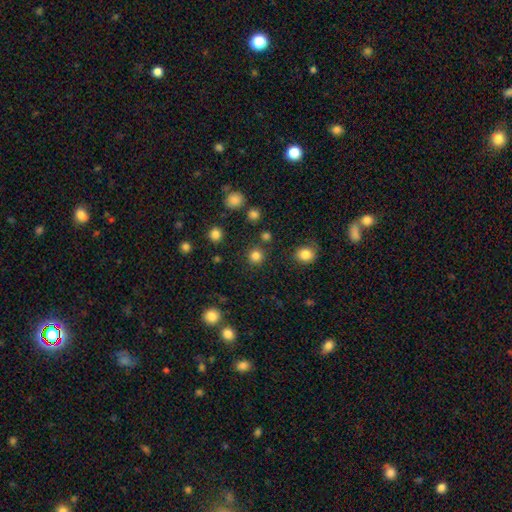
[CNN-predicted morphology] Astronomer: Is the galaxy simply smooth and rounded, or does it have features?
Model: smooth — 82%.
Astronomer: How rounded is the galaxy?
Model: round — 93%.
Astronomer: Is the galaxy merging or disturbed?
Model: none — 88%.